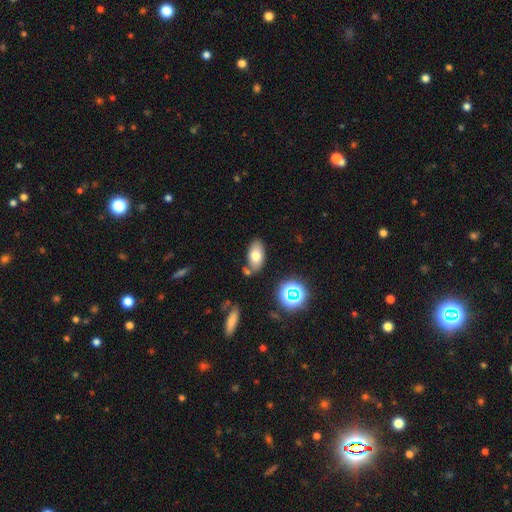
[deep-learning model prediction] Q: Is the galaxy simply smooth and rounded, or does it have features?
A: smooth — 73%.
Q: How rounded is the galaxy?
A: in between — 92%.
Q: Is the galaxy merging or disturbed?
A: none — 75%.